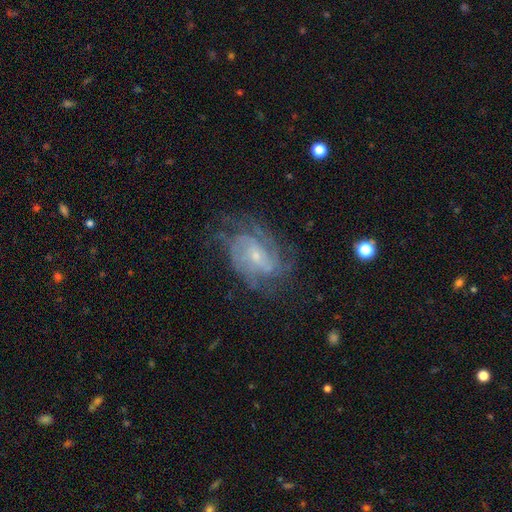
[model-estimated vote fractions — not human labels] Q: Smooth or featured?
A: featured or disk (83%); runner-up: smooth (9%)
Q: Edge-on disk?
A: no (97%); runner-up: yes (3%)
Q: Bar?
A: no (50%); runner-up: weak (41%)
Q: Spiral arms?
A: yes (94%); runner-up: no (6%)
Q: Spiral winding?
A: tight (50%); runner-up: medium (38%)
Q: Spiral arm count?
A: can't tell (34%); runner-up: 2 (24%)
Q: Bulge size?
A: small (73%); runner-up: moderate (21%)
Q: Merging?
A: none (66%); runner-up: minor disturbance (20%)